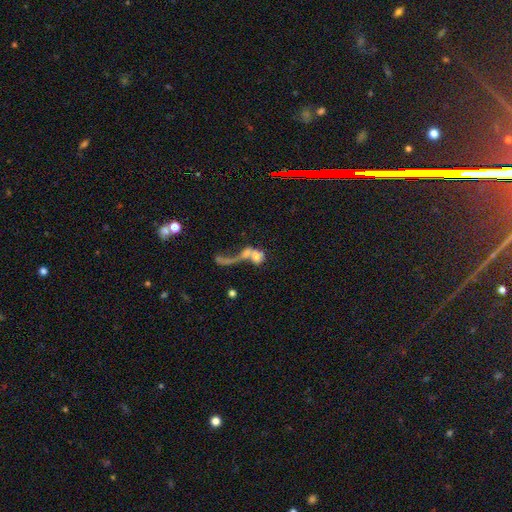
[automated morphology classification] type=smooth (50%); roundness=in between (56%); merging=merger (58%).